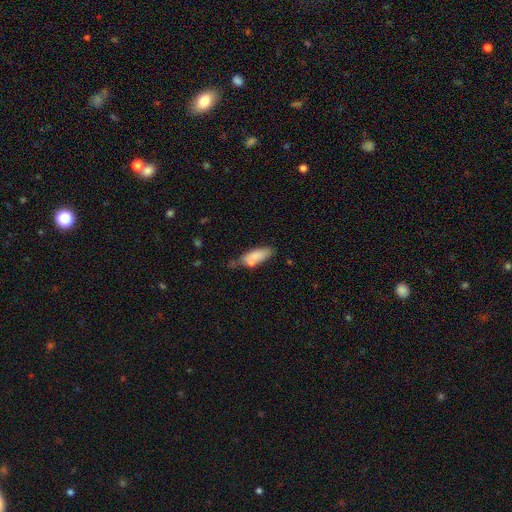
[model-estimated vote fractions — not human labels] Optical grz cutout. It shows a smooth galaxy with no disk features (78%) that is in between round and cigar-shaped (68%). Merging: none (51%).